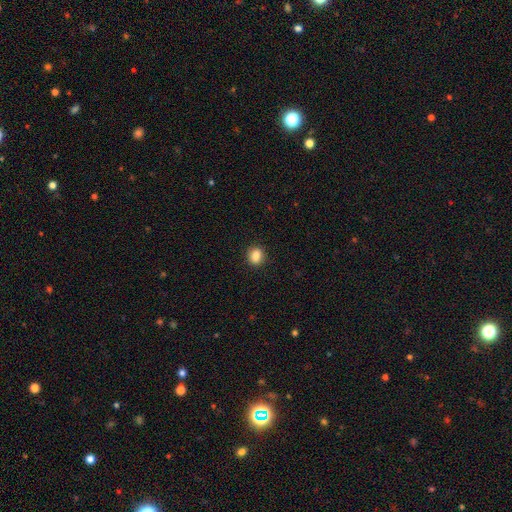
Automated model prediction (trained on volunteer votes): Smooth or featured? Predicted: smooth (p=0.86). How rounded? Predicted: round (p=0.58). Merging? Predicted: none (p=0.90).